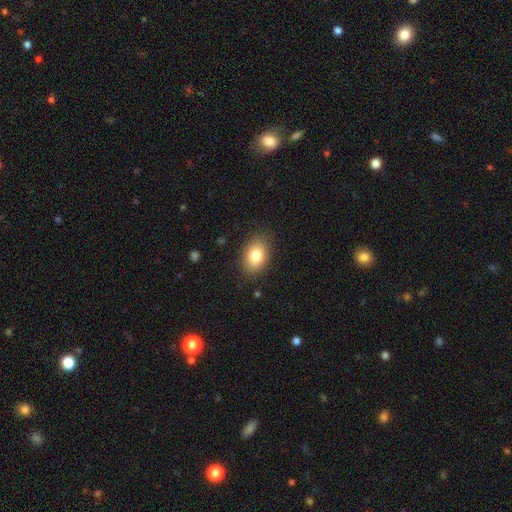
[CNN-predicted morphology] smooth 81%, featured or disk 10%, star or artifact 9%. Down the decision tree: how rounded — in between (77%); merging — none (85%).